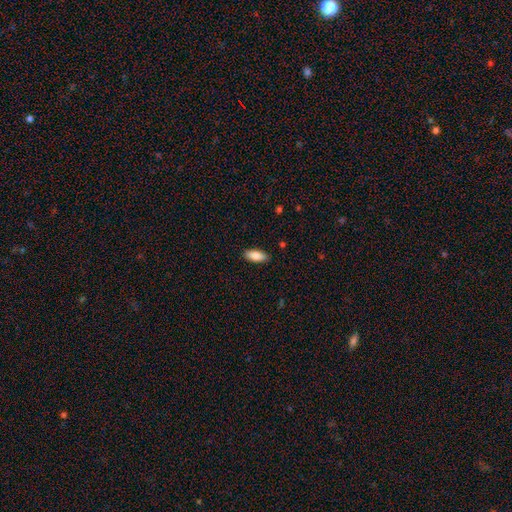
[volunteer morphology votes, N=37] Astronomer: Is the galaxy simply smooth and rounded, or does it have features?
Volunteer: smooth — 86%.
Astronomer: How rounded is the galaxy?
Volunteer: in between — 91%.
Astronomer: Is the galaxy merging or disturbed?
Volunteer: none — 91%.